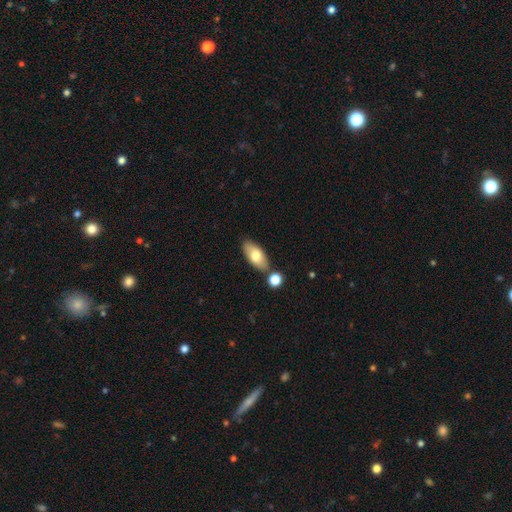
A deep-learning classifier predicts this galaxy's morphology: Smooth or featured? Predicted: smooth (p=0.73). How rounded? Predicted: in between (p=0.88). Merging? Predicted: none (p=0.76).